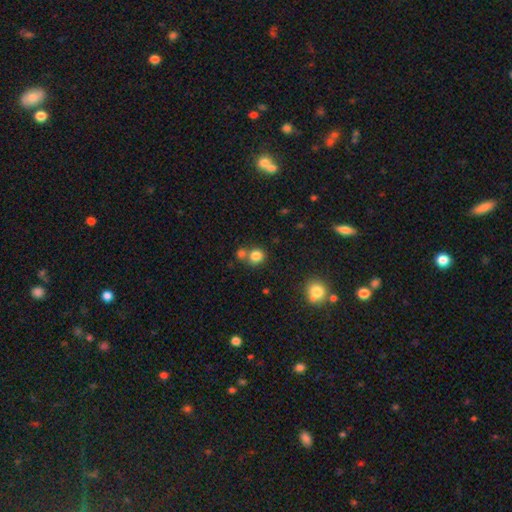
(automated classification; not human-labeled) smooth-or-featured: smooth: 83% | star or artifact: 11% | featured or disk: 6%
  how-rounded: round: 85% | in between: 14% | cigar-shaped: 1%
  merging: none: 62% | merger: 26% | minor disturbance: 8% | major disturbance: 3%